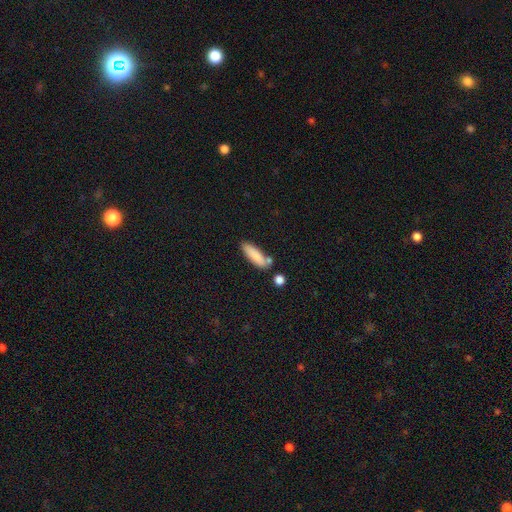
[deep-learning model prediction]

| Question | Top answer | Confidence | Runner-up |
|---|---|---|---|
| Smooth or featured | smooth | 85% | featured or disk (9%) |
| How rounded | cigar-shaped | 53% | in between (45%) |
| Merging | none | 67% | minor disturbance (16%) |